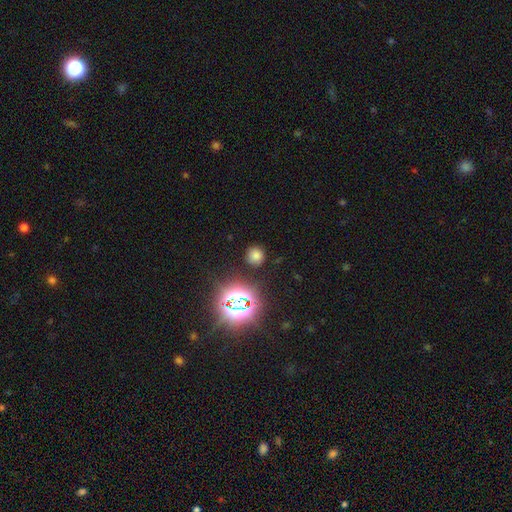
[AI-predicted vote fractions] Smooth or featured?
  - smooth: 68% *
  - star or artifact: 25%
  - featured or disk: 7%
How rounded?
  - round: 90% *
  - in between: 9%
  - cigar-shaped: 1%
Merging?
  - none: 85% *
  - minor disturbance: 9%
  - major disturbance: 3%
  - merger: 2%